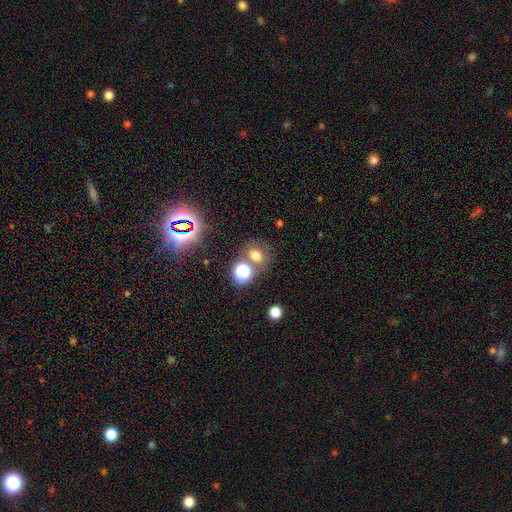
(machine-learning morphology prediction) Q: Smooth or featured?
A: smooth (64%); runner-up: star or artifact (26%)
Q: How rounded?
A: round (60%); runner-up: in between (39%)
Q: Merging?
A: none (65%); runner-up: merger (19%)